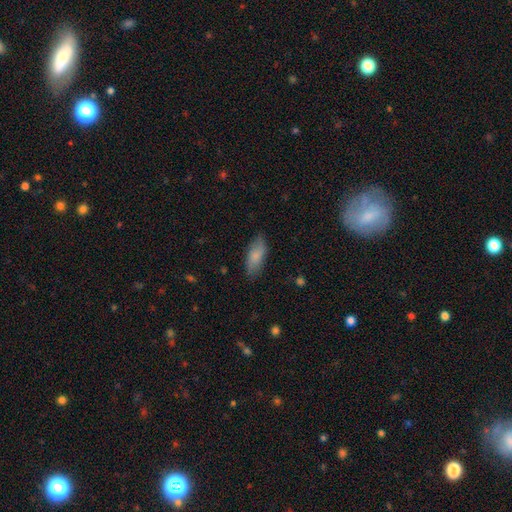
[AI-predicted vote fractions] Overall: smooth (80%). How rounded: in between (79%). Merging: none (79%).